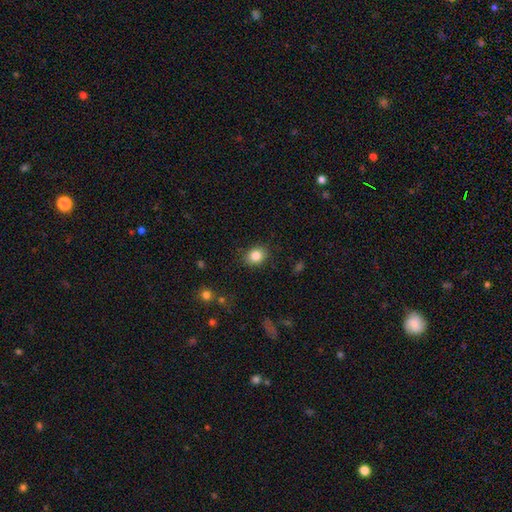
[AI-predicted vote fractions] This appears to be a smooth galaxy with no disk features (84%) that is round (54%). Merging: none (87%).